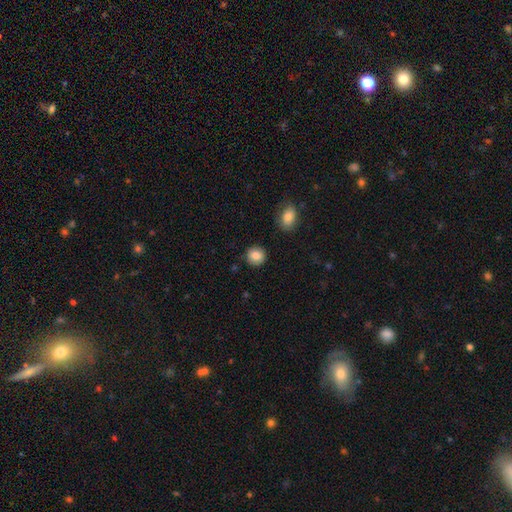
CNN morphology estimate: Q: Smooth or featured?
A: smooth (86%); runner-up: star or artifact (8%)
Q: How rounded?
A: round (87%); runner-up: in between (12%)
Q: Merging?
A: none (88%); runner-up: minor disturbance (8%)